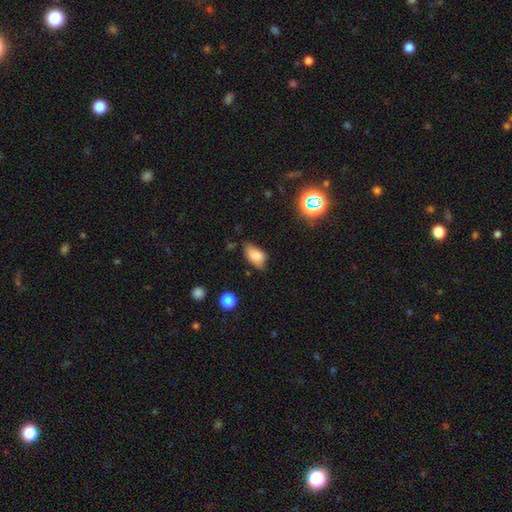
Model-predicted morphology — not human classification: Smooth or featured? Predicted: smooth (p=0.77). How rounded? Predicted: in between (p=0.88). Merging? Predicted: none (p=0.60).